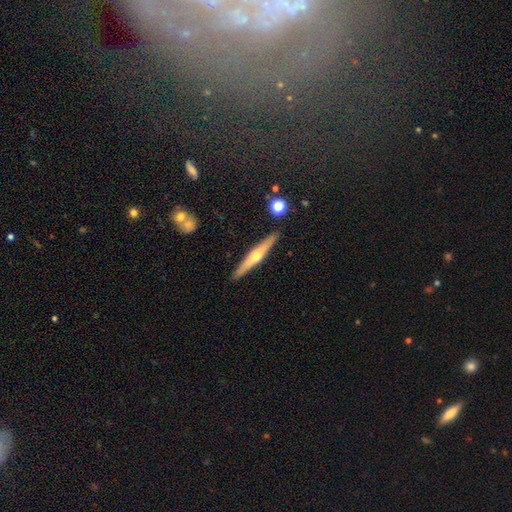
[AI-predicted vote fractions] Smooth or featured: featured or disk — 65% (smooth — 29%)
Edge-on disk: yes — 97% (no — 3%)
Edge-on bulge: rounded — 92% (none — 5%)
Merging: none — 91% (minor disturbance — 6%)